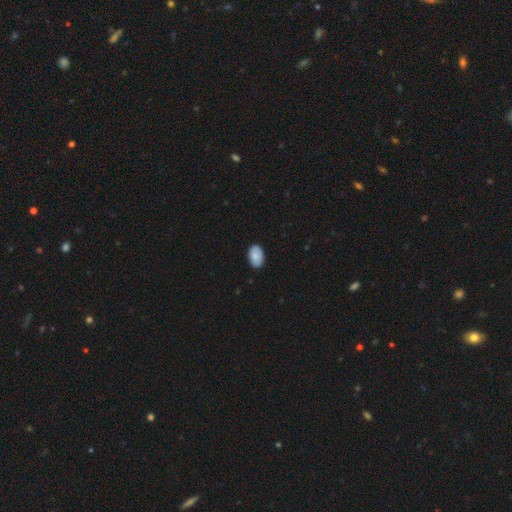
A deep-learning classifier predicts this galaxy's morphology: Smooth or featured: smooth — 82% (featured or disk — 12%)
How rounded: in between — 88% (round — 11%)
Merging: none — 86% (minor disturbance — 11%)